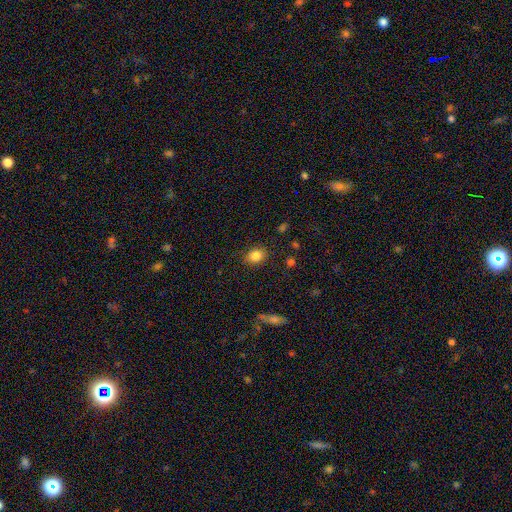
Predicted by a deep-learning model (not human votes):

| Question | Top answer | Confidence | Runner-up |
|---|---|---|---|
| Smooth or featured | smooth | 83% | star or artifact (10%) |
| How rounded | in between | 50% | round (49%) |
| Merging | none | 83% | minor disturbance (12%) |